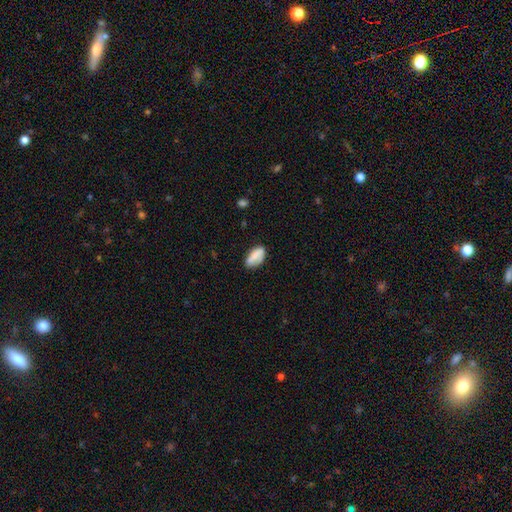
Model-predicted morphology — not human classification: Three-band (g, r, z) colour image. It shows a smooth galaxy with no disk features (73%) that is in between round and cigar-shaped (89%). Merging: none (70%).